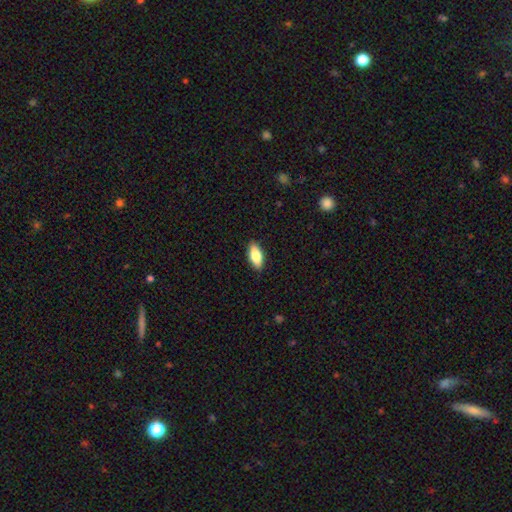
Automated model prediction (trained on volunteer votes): smooth_or_featured: smooth (p=0.77) [alt: featured or disk p=0.17]
how_rounded: in between (p=0.81) [alt: cigar-shaped p=0.16]
merging: none (p=0.88) [alt: minor disturbance p=0.09]